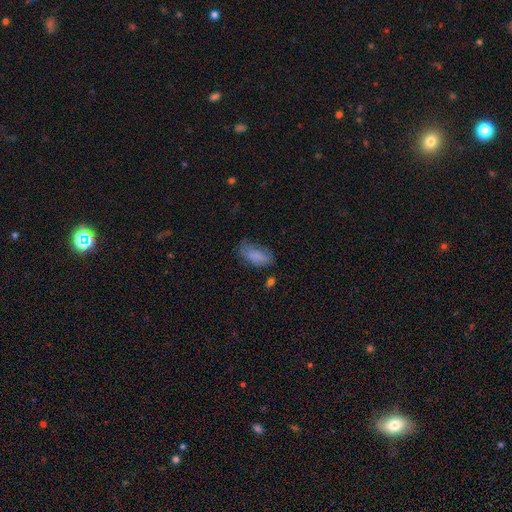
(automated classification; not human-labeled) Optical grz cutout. It shows a smooth galaxy with no disk features (80%) that is in between round and cigar-shaped (90%). Merging: none (52%).